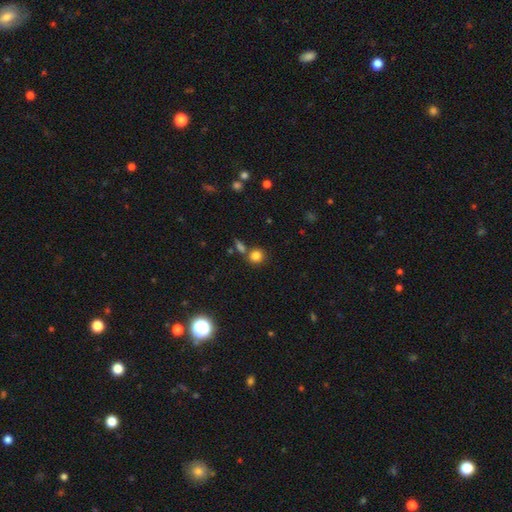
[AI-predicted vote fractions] Smooth or featured? Predicted: smooth (p=0.82). How rounded? Predicted: round (p=0.83). Merging? Predicted: none (p=0.68).